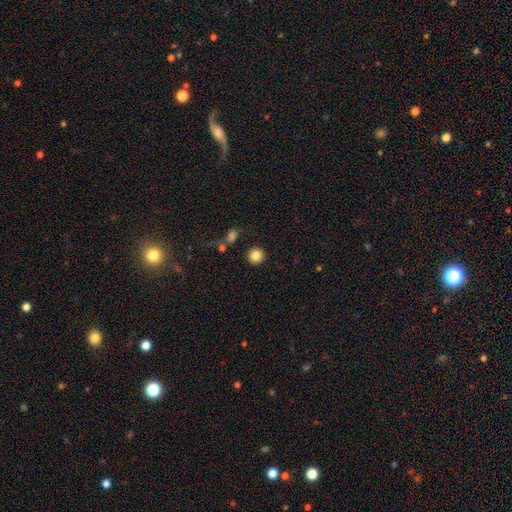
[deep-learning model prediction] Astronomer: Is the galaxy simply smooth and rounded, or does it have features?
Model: smooth — 85%.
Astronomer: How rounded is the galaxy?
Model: round — 94%.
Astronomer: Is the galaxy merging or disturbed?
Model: none — 88%.